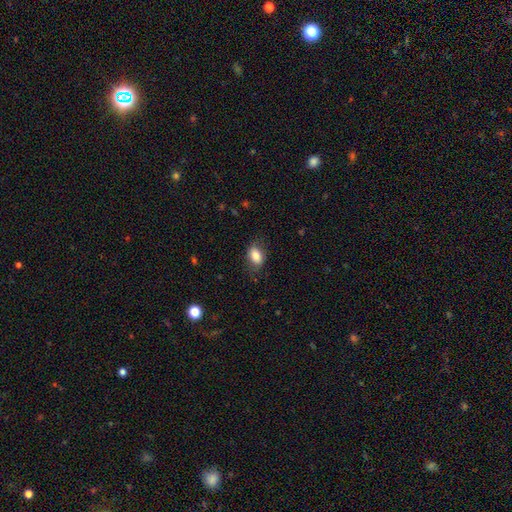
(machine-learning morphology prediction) type=smooth (83%); roundness=in between (83%); merging=none (76%).